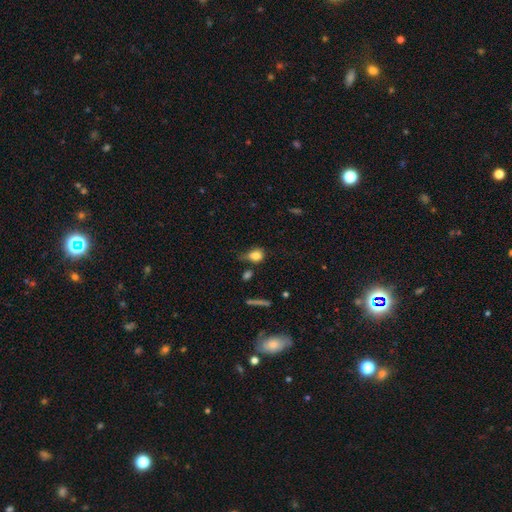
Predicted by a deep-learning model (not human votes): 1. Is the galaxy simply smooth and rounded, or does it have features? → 78% smooth, 11% featured or disk, 10% star or artifact.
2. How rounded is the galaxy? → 52% round, 45% in between, 3% cigar-shaped.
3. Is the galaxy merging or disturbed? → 42% none, 32% minor disturbance, 16% major disturbance, 9% merger.